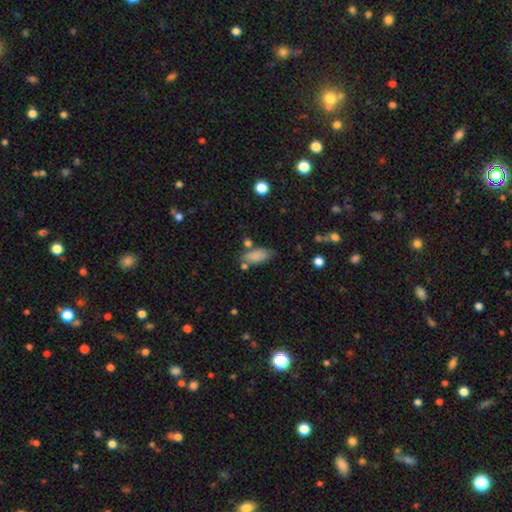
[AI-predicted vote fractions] Smooth or featured?
  - smooth: 84% *
  - featured or disk: 8%
  - star or artifact: 8%
How rounded?
  - in between: 84% *
  - cigar-shaped: 14%
  - round: 3%
Merging?
  - none: 63% *
  - minor disturbance: 20%
  - merger: 11%
  - major disturbance: 6%